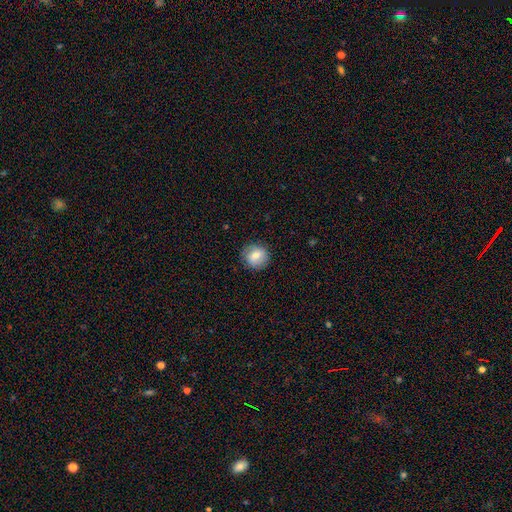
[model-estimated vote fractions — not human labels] The model was most divided on "smooth or featured": smooth: 72%, featured or disk: 19%, star or artifact: 9%. More confident: how rounded — round (89%); merging — none (85%).